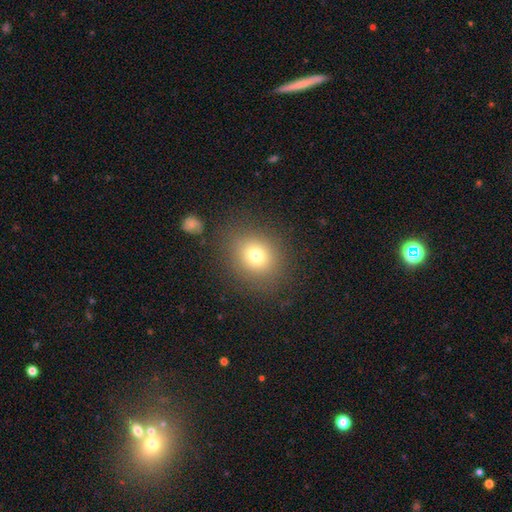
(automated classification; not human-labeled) Overall: smooth (75%). How rounded: round (68%; in between 31%). Merging: none (82%).